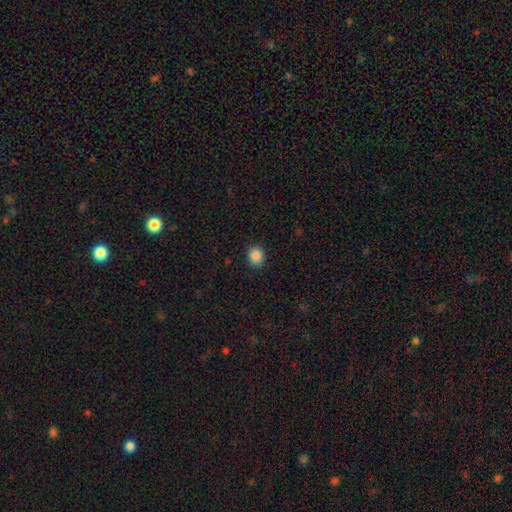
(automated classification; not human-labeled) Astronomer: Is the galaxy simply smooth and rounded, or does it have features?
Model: smooth — 87%.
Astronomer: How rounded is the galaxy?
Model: round — 69%.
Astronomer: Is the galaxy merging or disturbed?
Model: none — 90%.